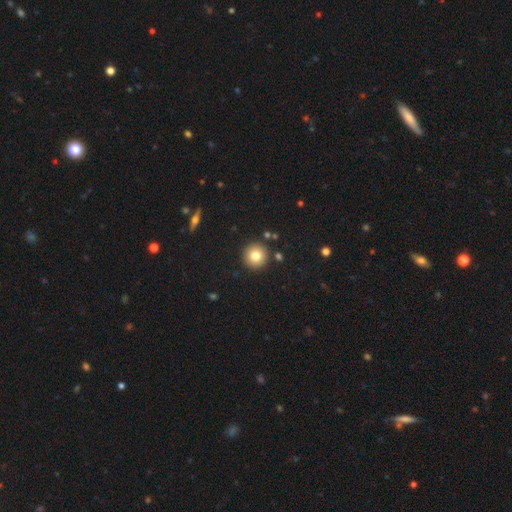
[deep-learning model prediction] smooth-or-featured: smooth: 79% | star or artifact: 11% | featured or disk: 10%
  how-rounded: round: 95% | in between: 4% | cigar-shaped: 1%
  merging: none: 90% | minor disturbance: 5% | merger: 3% | major disturbance: 2%